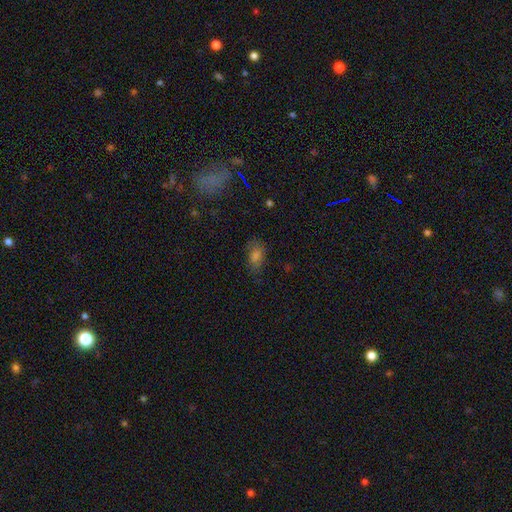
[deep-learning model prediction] This appears to be a smooth galaxy with no disk features (67%) that is in between round and cigar-shaped (86%). Merging: none (68%).